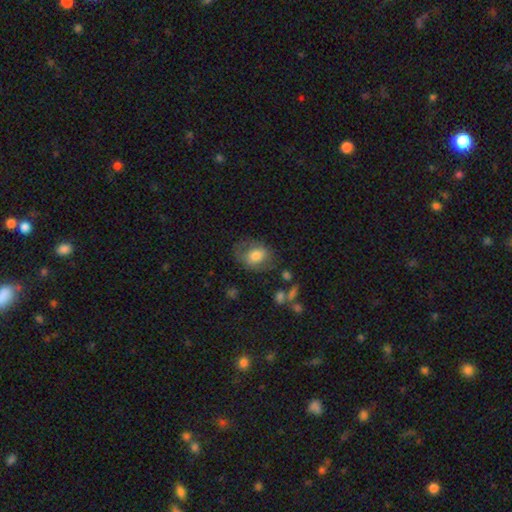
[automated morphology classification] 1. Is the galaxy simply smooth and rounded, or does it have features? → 70% smooth, 22% featured or disk, 8% star or artifact.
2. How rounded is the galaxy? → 64% in between, 35% round, 1% cigar-shaped.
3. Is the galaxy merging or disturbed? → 59% none, 24% minor disturbance, 15% major disturbance, 3% merger.